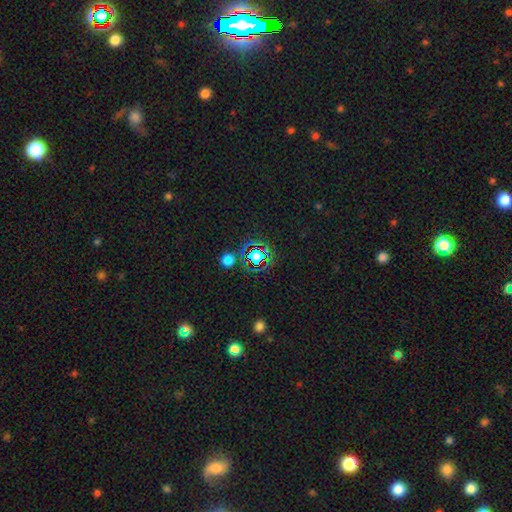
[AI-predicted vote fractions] Smooth or featured? Predicted: star or artifact (p=0.69).